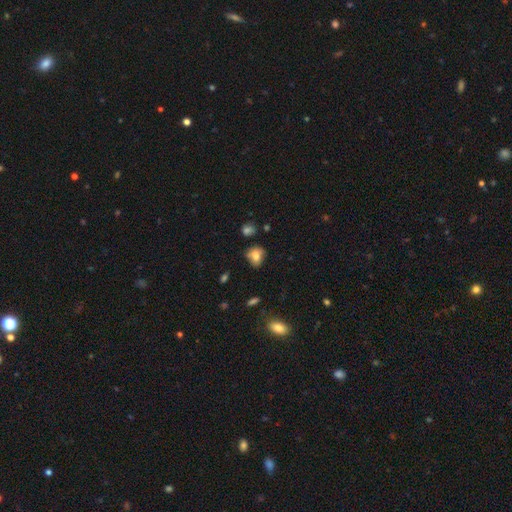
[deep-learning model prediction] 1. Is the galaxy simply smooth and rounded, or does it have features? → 74% smooth, 15% featured or disk, 11% star or artifact.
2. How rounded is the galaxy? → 58% round, 41% in between, 1% cigar-shaped.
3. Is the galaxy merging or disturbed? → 58% none, 30% minor disturbance, 8% major disturbance, 5% merger.